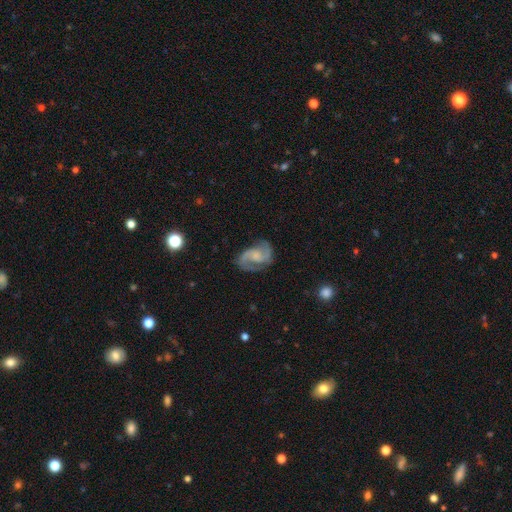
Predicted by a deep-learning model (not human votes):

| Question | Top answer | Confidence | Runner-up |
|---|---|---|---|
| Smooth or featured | featured or disk | 88% | smooth (7%) |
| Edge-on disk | no | 98% | yes (2%) |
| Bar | no | 50% | weak (41%) |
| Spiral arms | yes | 97% | no (3%) |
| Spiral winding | medium | 57% | loose (27%) |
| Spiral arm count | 2 | 92% | can't tell (2%) |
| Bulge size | none | 39% | small (28%) |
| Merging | none | 77% | minor disturbance (15%) |